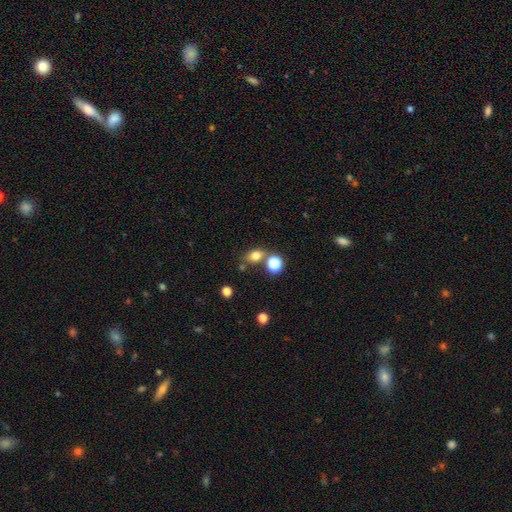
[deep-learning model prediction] smooth-or-featured: smooth: 76% | star or artifact: 15% | featured or disk: 9%
  how-rounded: in between: 62% | round: 36% | cigar-shaped: 2%
  merging: none: 63% | merger: 20% | minor disturbance: 12% | major disturbance: 5%